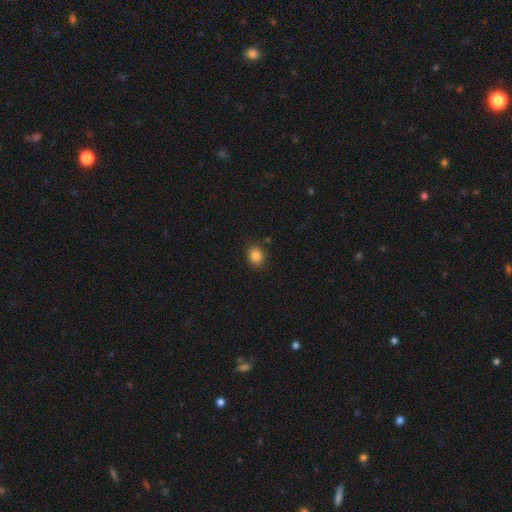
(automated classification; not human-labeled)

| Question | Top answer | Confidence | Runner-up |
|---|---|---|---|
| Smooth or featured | smooth | 84% | star or artifact (11%) |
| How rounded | round | 65% | in between (34%) |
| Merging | none | 86% | minor disturbance (9%) |